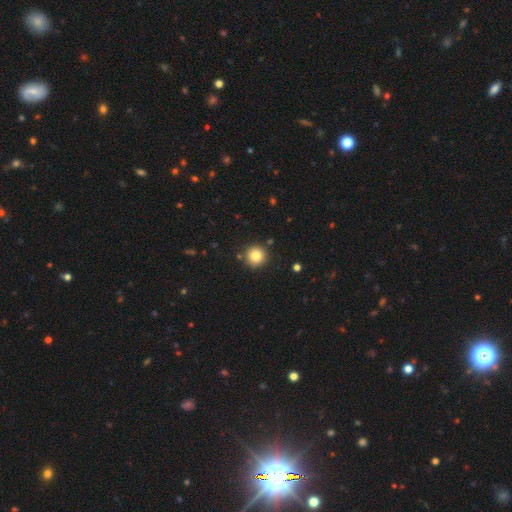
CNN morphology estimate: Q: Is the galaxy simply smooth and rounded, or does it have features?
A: smooth — 83%.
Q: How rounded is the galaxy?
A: round — 95%.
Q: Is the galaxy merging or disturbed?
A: none — 89%.